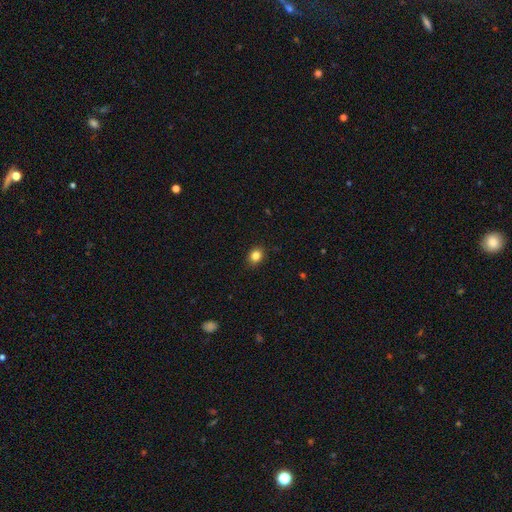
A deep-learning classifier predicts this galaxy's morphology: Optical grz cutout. It shows a smooth galaxy with no disk features (84%) that is round (51%). Merging: none (89%).